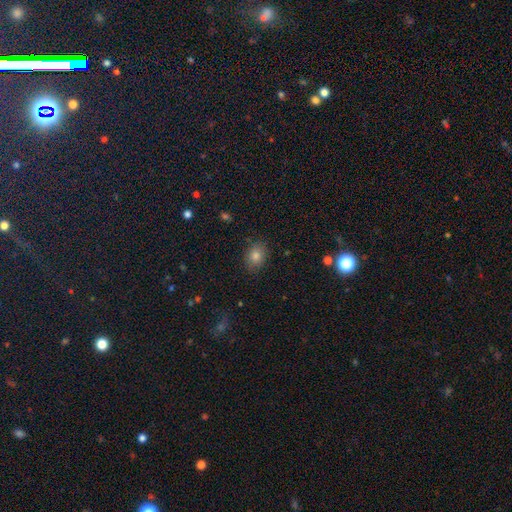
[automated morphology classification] smooth_or_featured: smooth (p=0.76) [alt: star or artifact p=0.15]
how_rounded: round (p=0.49) [tied with: in between p=0.49]
merging: none (p=0.85) [alt: minor disturbance p=0.11]